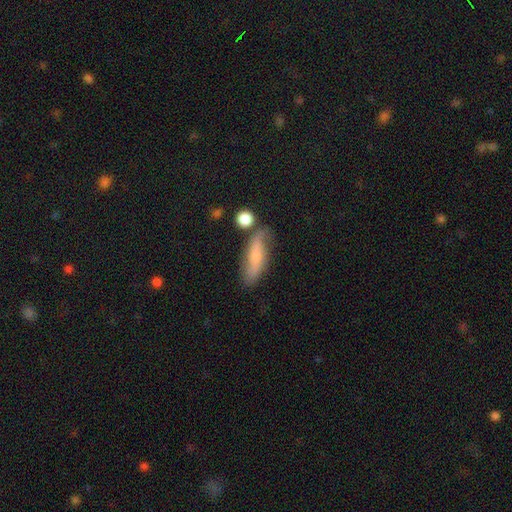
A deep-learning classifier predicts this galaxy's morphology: This appears to be a smooth galaxy with no disk features (49%). Merging: none (62%).